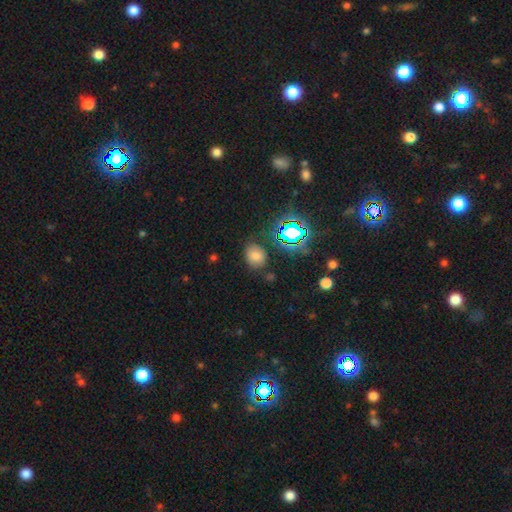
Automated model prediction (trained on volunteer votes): smooth-or-featured: smooth: 68% | star or artifact: 23% | featured or disk: 9%
  how-rounded: round: 50% | in between: 49% | cigar-shaped: 1%
  merging: none: 77% | minor disturbance: 15% | major disturbance: 4% | merger: 3%